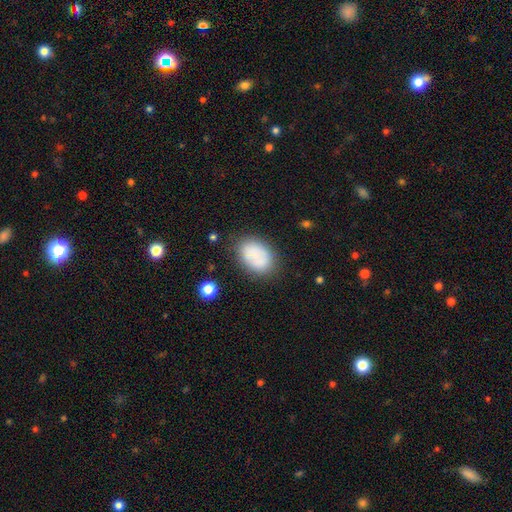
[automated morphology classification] type=smooth (82%); roundness=in between (83%); merging=none (74%).